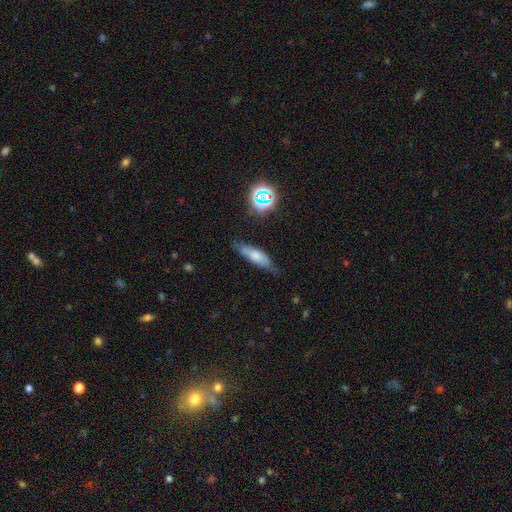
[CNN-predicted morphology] Q: Smooth or featured?
A: smooth (65%); runner-up: featured or disk (24%)
Q: How rounded?
A: cigar-shaped (58%); runner-up: in between (39%)
Q: Merging?
A: none (67%); runner-up: minor disturbance (25%)